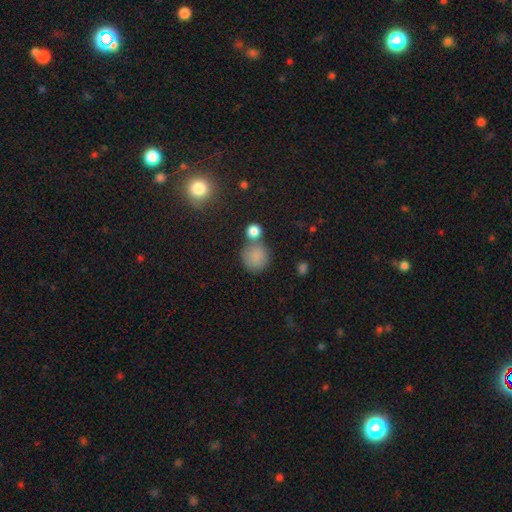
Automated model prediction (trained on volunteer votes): smooth 83%, star or artifact 11%, featured or disk 6%. Down the decision tree: how rounded — round (90%); merging — none (60%).